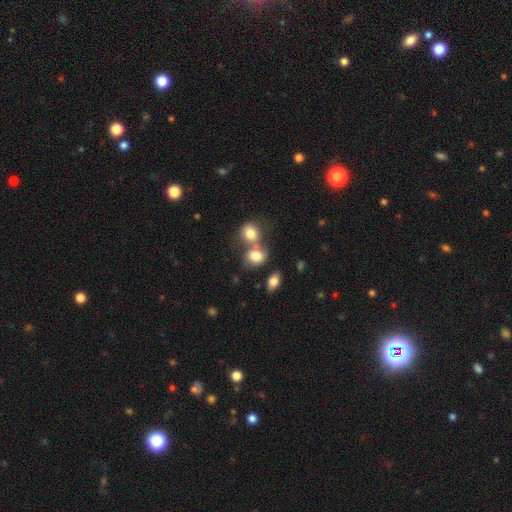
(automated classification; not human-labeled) Q: Smooth or featured?
A: smooth (80%); runner-up: featured or disk (10%)
Q: How rounded?
A: in between (53%); runner-up: round (46%)
Q: Merging?
A: merger (47%); runner-up: none (37%)